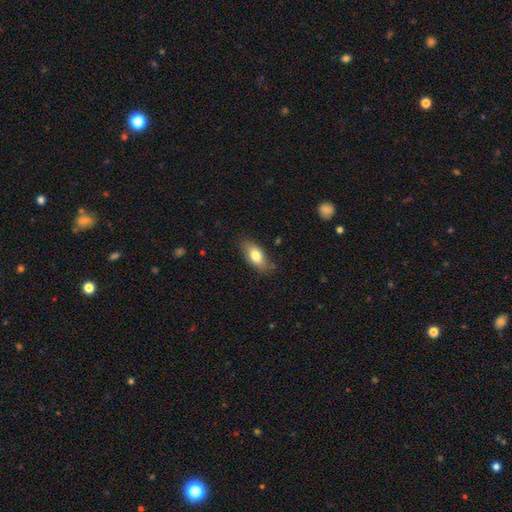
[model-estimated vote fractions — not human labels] This is likely a smooth galaxy (79%). How rounded: clearly in between (87%). Merging: likely none (79%).